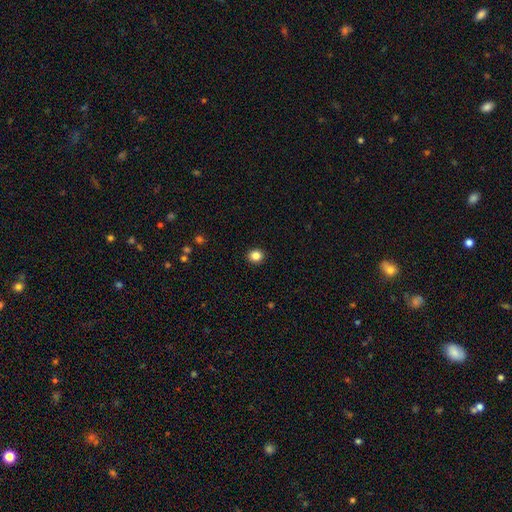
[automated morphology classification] Overall: smooth (85%). How rounded: round (80%). Merging: none (92%).